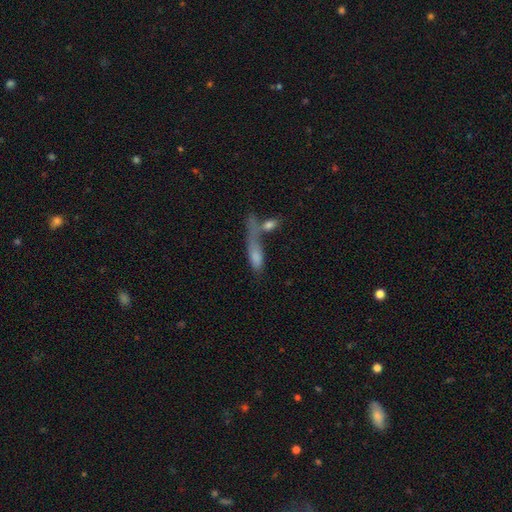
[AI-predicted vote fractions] Overall: smooth (71%). How rounded: in between (49%; cigar-shaped 47%). Merging: merger (45%; none 25%).